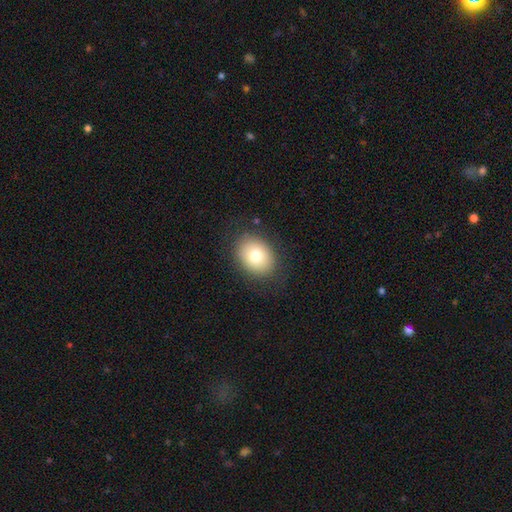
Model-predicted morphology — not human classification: smooth 77%, featured or disk 13%, star or artifact 10%. Down the decision tree: how rounded — in between (54%); merging — none (85%).